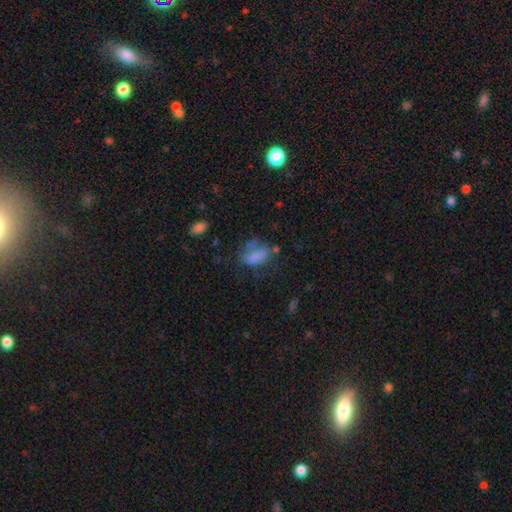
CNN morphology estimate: Smooth or featured?
  - smooth: 68% *
  - featured or disk: 19%
  - star or artifact: 13%
How rounded?
  - in between: 85% *
  - round: 9%
  - cigar-shaped: 6%
Merging?
  - none: 34% *
  - major disturbance: 30%
  - minor disturbance: 25%
  - merger: 11%